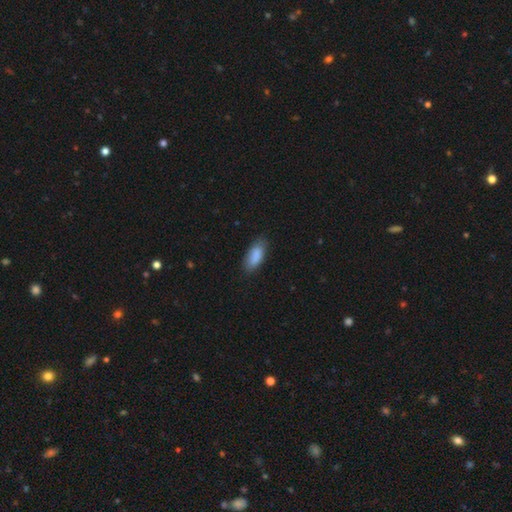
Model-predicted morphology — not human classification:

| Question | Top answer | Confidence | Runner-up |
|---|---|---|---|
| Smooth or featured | smooth | 87% | featured or disk (7%) |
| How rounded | in between | 83% | cigar-shaped (15%) |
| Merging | none | 78% | minor disturbance (17%) |